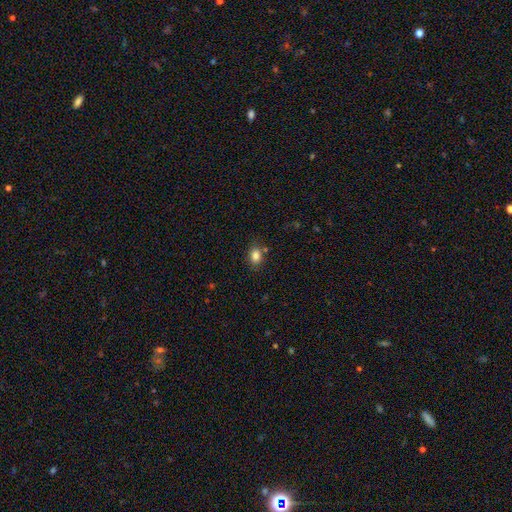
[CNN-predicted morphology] type=smooth (85%); roundness=in between (64%); merging=none (79%).